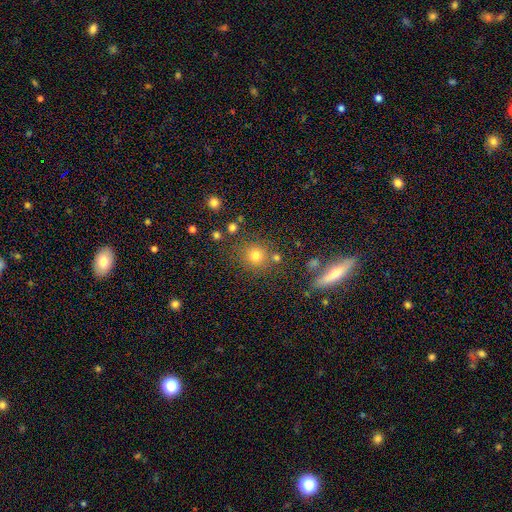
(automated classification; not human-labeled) This appears to be a smooth galaxy with no disk features (76%) that is round (88%). Merging: none (76%).